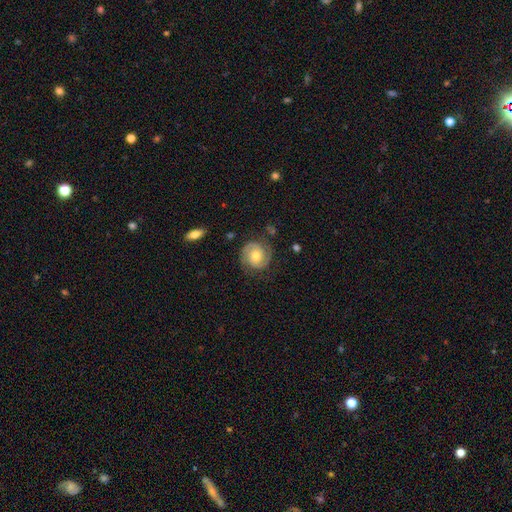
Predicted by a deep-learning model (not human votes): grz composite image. It shows a featured or disk galaxy (81%) with no bar (70%), 2 (89%) tight (59%) spiral arms (96%) and a moderate central bulge (68%). Merging: none (80%).